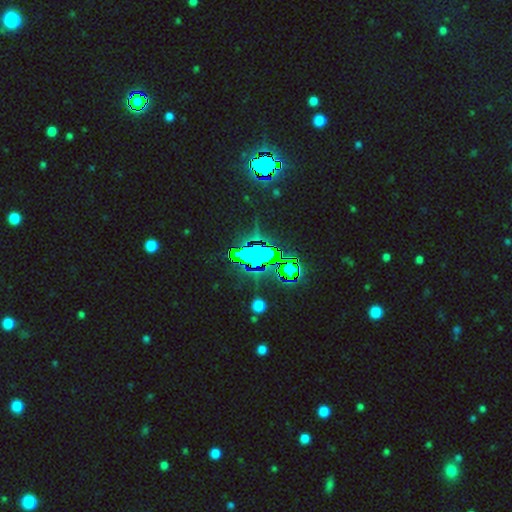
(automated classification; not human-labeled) Overall: star or artifact (77%).